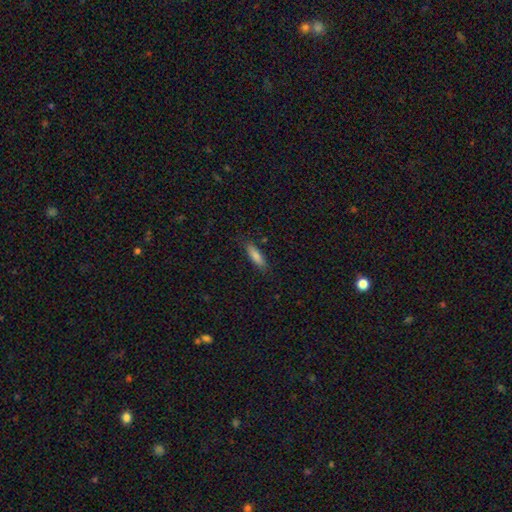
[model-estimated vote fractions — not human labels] The model was most divided on "how rounded": cigar-shaped: 61%, in between: 37%, round: 2%. More confident: merging — none (85%); smooth or featured — smooth (81%).